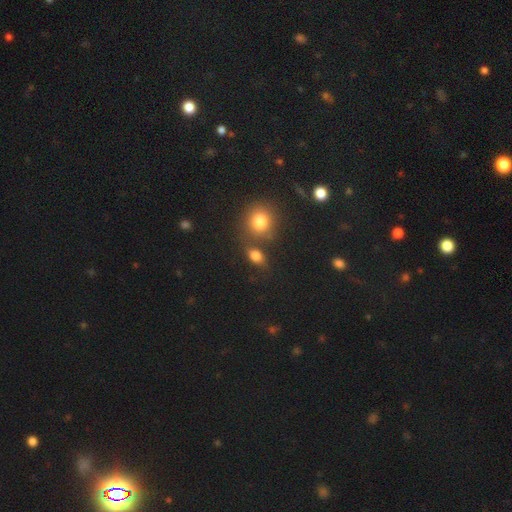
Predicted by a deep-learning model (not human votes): The model was most divided on "how rounded": in between: 65%, round: 32%, cigar-shaped: 3%. More confident: smooth or featured — smooth (78%); merging — none (61%).